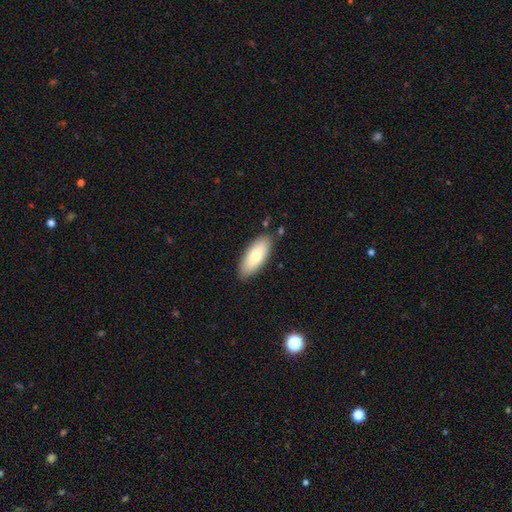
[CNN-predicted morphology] Smooth or featured? Predicted: smooth (p=0.77). How rounded? Predicted: in between (p=0.82). Merging? Predicted: none (p=0.84).